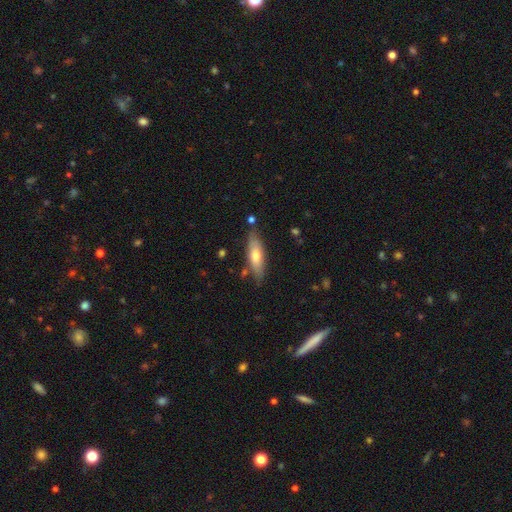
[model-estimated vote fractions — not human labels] smooth 61%, featured or disk 33%, star or artifact 6%. Down the decision tree: how rounded — cigar-shaped (57%); merging — none (79%).